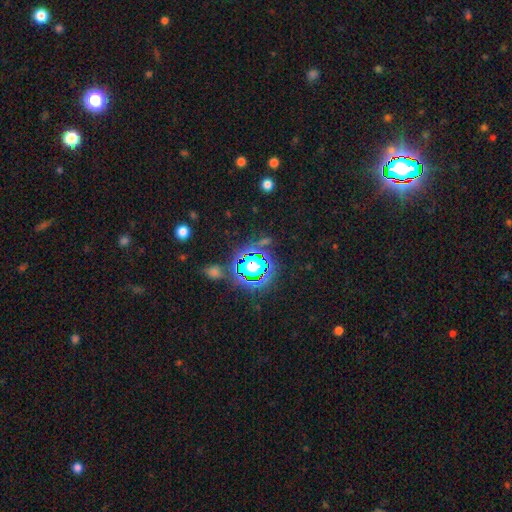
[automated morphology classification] Smooth or featured? star or artifact (82%)